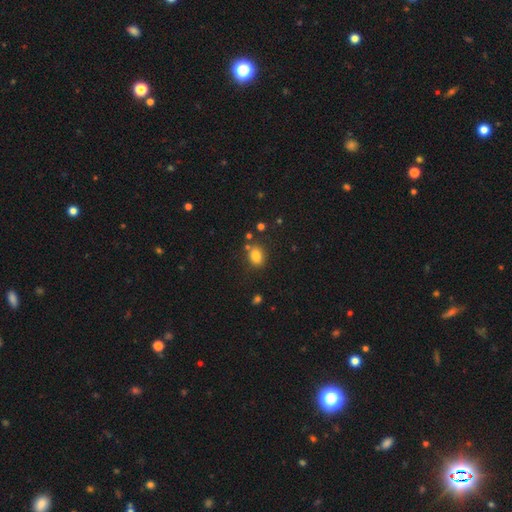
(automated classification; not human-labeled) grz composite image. It shows a smooth galaxy with no disk features (82%) that is in between round and cigar-shaped (59%). Merging: none (75%).